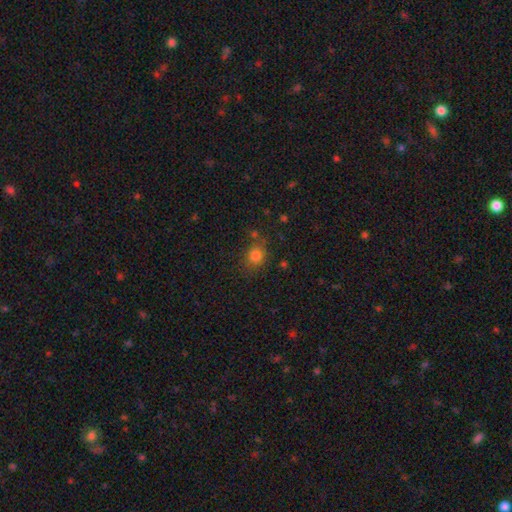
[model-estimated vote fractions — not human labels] smooth-or-featured: smooth: 80% | star or artifact: 14% | featured or disk: 6%
  how-rounded: round: 73% | in between: 26% | cigar-shaped: 1%
  merging: none: 75% | minor disturbance: 14% | merger: 6% | major disturbance: 5%